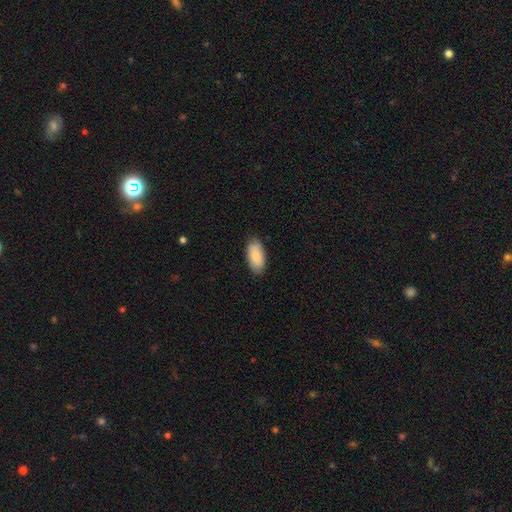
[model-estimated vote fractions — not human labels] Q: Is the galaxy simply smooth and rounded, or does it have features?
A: smooth — 89%.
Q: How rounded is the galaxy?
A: in between — 93%.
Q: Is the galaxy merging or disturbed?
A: none — 85%.